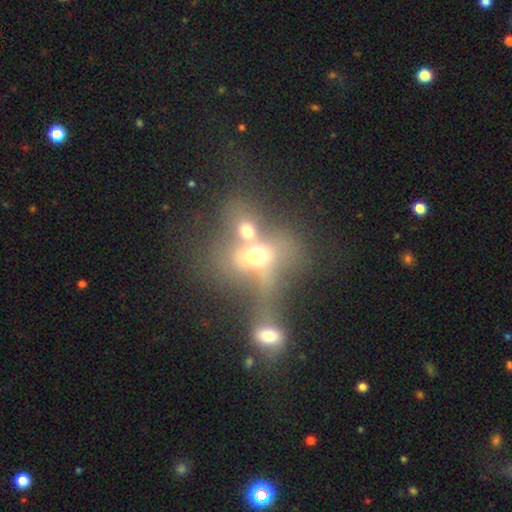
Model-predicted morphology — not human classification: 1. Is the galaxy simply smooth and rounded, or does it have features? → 56% smooth, 29% featured or disk, 15% star or artifact.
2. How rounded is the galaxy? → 55% in between, 42% round, 3% cigar-shaped.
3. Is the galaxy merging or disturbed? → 72% merger, 13% none, 10% major disturbance, 5% minor disturbance.